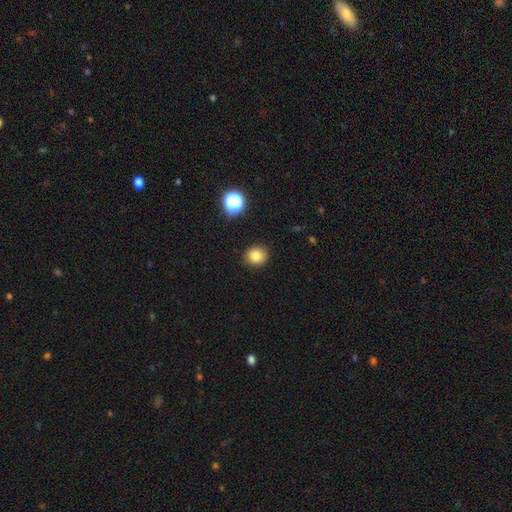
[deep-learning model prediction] A smooth galaxy with no disk features (81%) that is round (83%).

Vote fractions:
- Smooth or featured? smooth: 81% / star or artifact: 12% / featured or disk: 6%
- How rounded? round: 83% / in between: 16% / cigar-shaped: 1%
- Merging? none: 90% / minor disturbance: 7% / major disturbance: 2% / merger: 1%